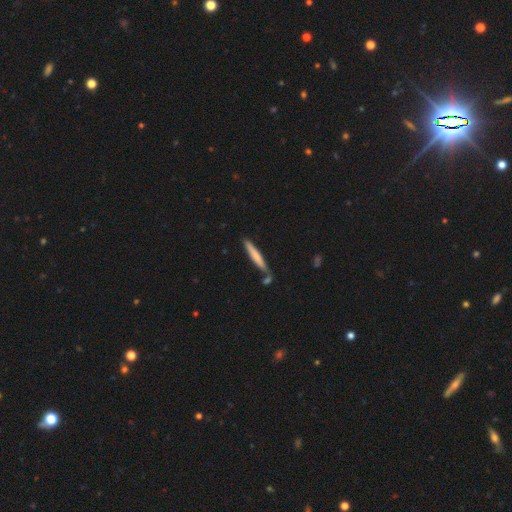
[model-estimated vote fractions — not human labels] smooth_or_featured: smooth (p=0.69) [alt: featured or disk p=0.25]
how_rounded: cigar-shaped (p=0.94) [alt: in between p=0.04]
merging: none (p=0.70) [alt: minor disturbance p=0.14]